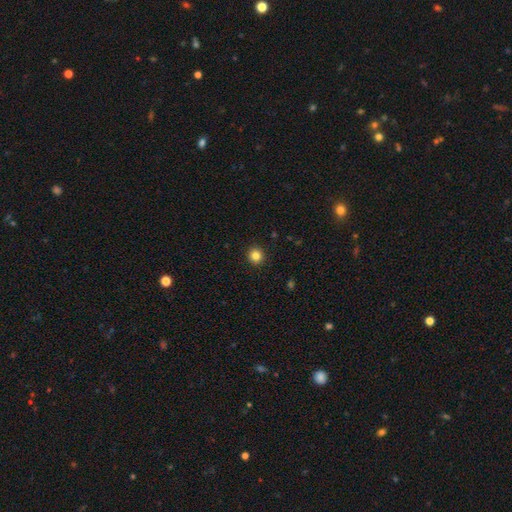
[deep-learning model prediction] Smooth or featured: smooth — 84% (star or artifact — 12%)
How rounded: round — 94% (in between — 5%)
Merging: none — 93% (minor disturbance — 4%)